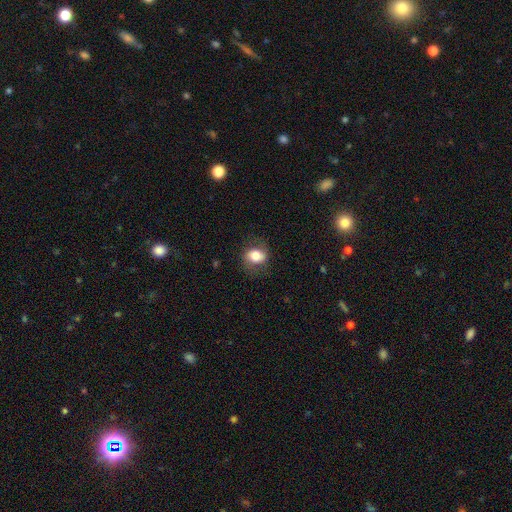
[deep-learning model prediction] smooth 73%, featured or disk 19%, star or artifact 8%. Down the decision tree: how rounded — in between (59%); merging — none (76%).